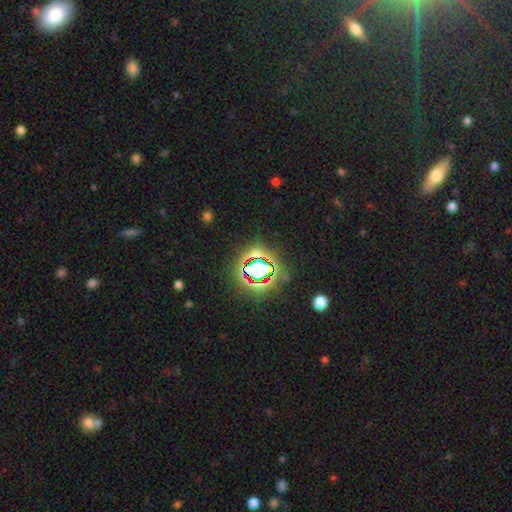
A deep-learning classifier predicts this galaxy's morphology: Smooth or featured? Predicted: star or artifact (p=0.72).